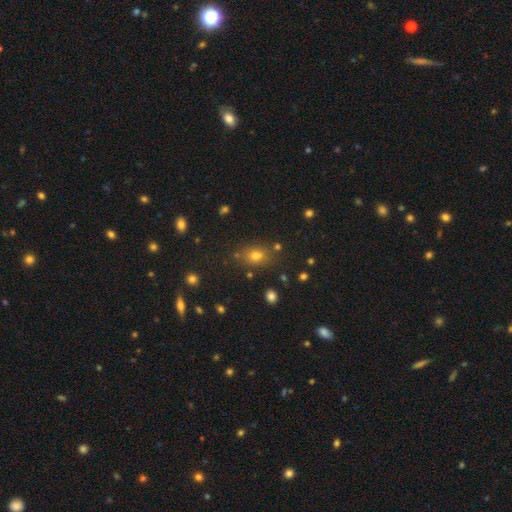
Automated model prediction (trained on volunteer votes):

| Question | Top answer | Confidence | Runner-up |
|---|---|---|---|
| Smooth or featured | smooth | 67% | star or artifact (23%) |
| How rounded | in between | 59% | round (38%) |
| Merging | none | 78% | minor disturbance (12%) |